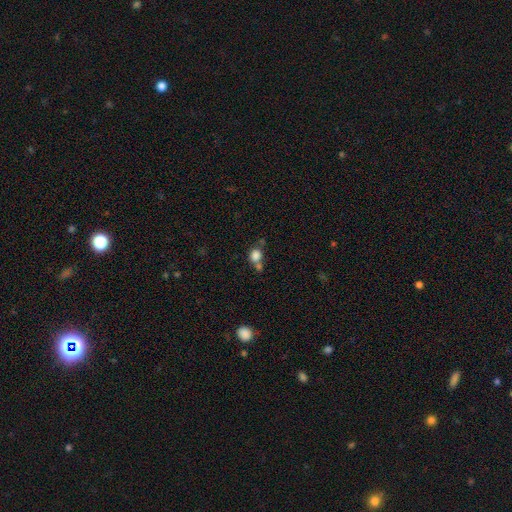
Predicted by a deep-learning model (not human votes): This appears to be a smooth galaxy with no disk features (81%) that is round (70%). Merging: none (45%).